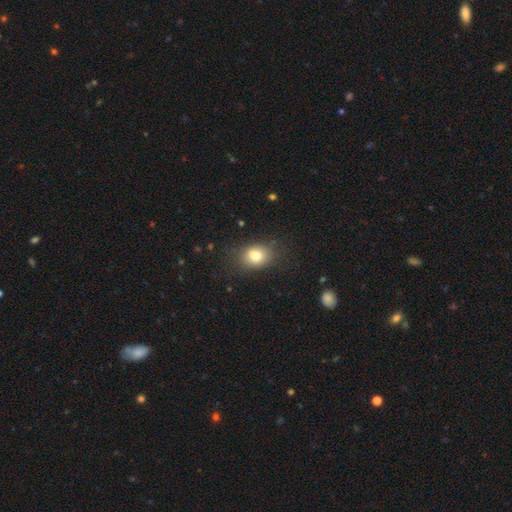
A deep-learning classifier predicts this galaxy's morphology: Smooth or featured? smooth (79%)
How rounded? in between (56%)
Merging? none (74%)